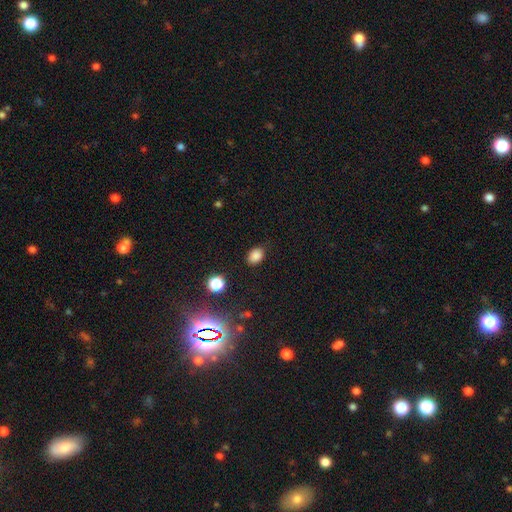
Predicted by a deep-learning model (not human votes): A smooth galaxy with no disk features (83%) that is in between round and cigar-shaped (70%).

Vote fractions:
- Smooth or featured? smooth: 83% / star or artifact: 13% / featured or disk: 4%
- How rounded? in between: 70% / round: 29% / cigar-shaped: 1%
- Merging? none: 83% / minor disturbance: 12% / major disturbance: 3% / merger: 2%